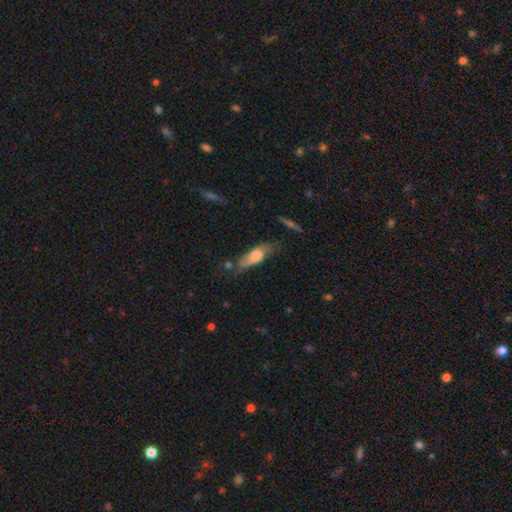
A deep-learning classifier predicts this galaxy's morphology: This appears to be a smooth galaxy with no disk features (61%) that is in between round and cigar-shaped (63%). Merging: none (45%).